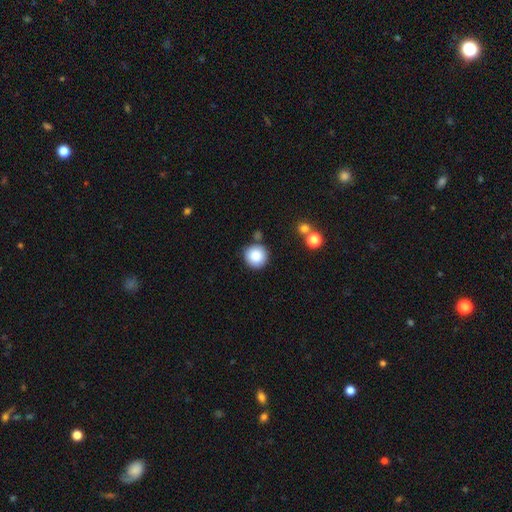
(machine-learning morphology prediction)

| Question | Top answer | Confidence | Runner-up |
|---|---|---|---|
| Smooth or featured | smooth | 86% | star or artifact (9%) |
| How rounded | round | 94% | in between (5%) |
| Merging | none | 81% | minor disturbance (10%) |